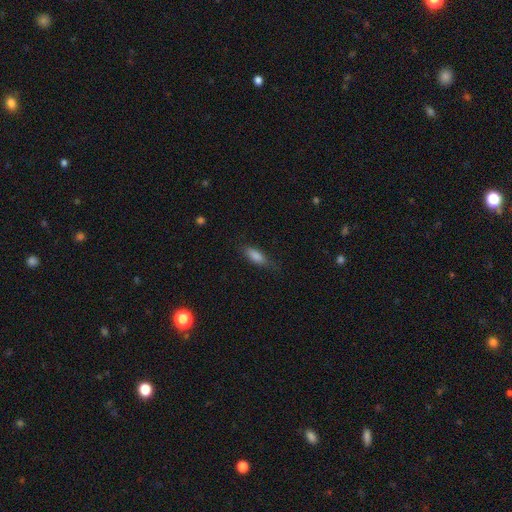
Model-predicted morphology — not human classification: Overall: smooth (81%). How rounded: in between (63%; cigar-shaped 34%). Merging: none (71%).